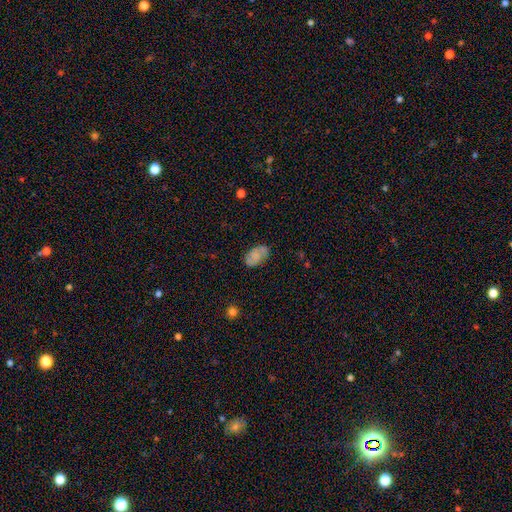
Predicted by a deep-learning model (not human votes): smooth 73%, featured or disk 18%, star or artifact 9%. Down the decision tree: how rounded — in between (93%); merging — none (71%).